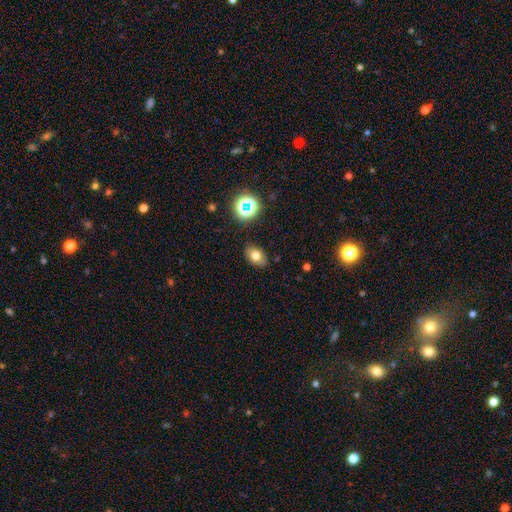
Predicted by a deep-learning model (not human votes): This is likely a smooth galaxy (73%). How rounded: clearly in between (83%). Merging: clearly none (86%).